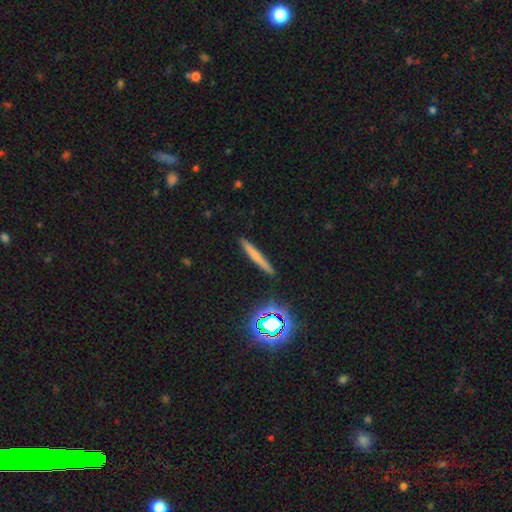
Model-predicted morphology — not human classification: Overall: smooth (59%; featured or disk 28%). How rounded: cigar-shaped (94%). Merging: none (89%).